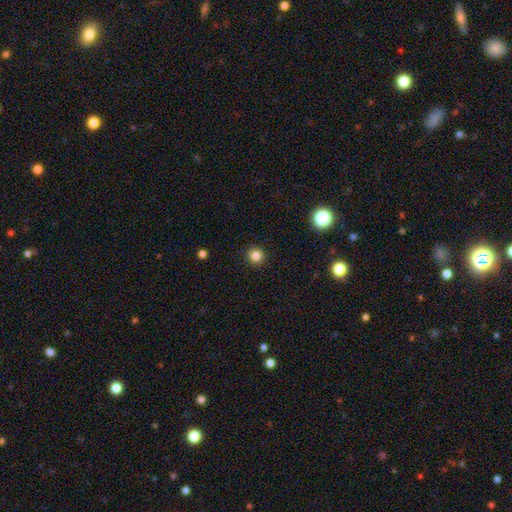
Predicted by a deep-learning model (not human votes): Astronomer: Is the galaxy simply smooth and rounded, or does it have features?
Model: smooth — 83%.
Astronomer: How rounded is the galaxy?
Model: round — 95%.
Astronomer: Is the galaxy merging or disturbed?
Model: none — 93%.